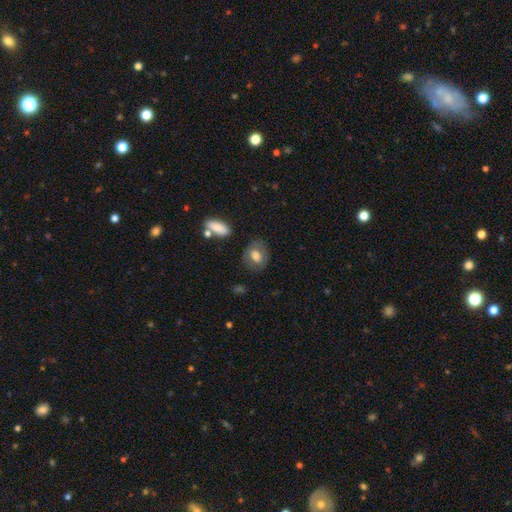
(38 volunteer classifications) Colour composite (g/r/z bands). It shows a smooth galaxy with no disk features (79%) that is in between round and cigar-shaped (60%). Merging: none (81%).